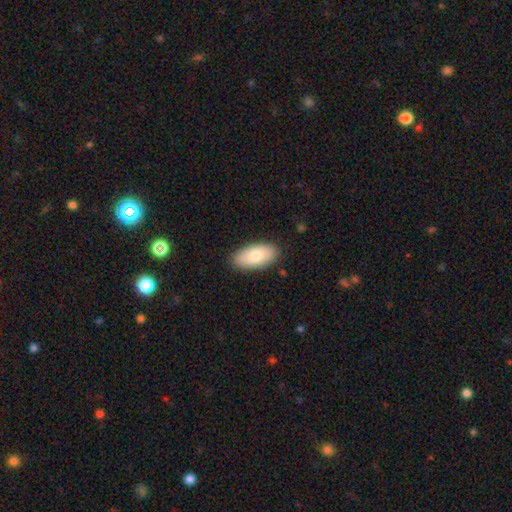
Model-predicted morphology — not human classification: Smooth or featured? Predicted: smooth (p=0.79). How rounded? Predicted: in between (p=0.92). Merging? Predicted: none (p=0.87).